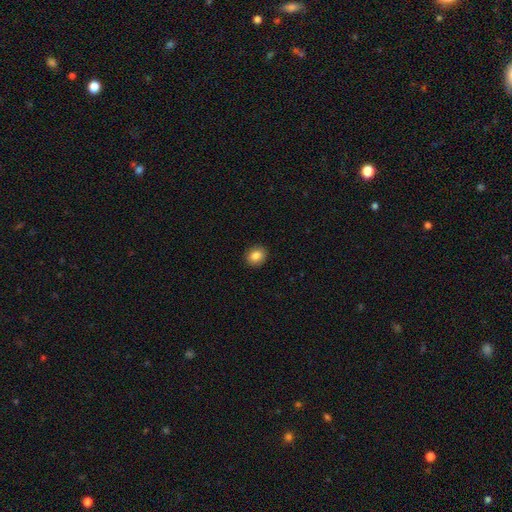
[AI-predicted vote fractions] Q: Smooth or featured?
A: smooth (85%); runner-up: star or artifact (9%)
Q: How rounded?
A: round (60%); runner-up: in between (39%)
Q: Merging?
A: none (91%); runner-up: minor disturbance (7%)